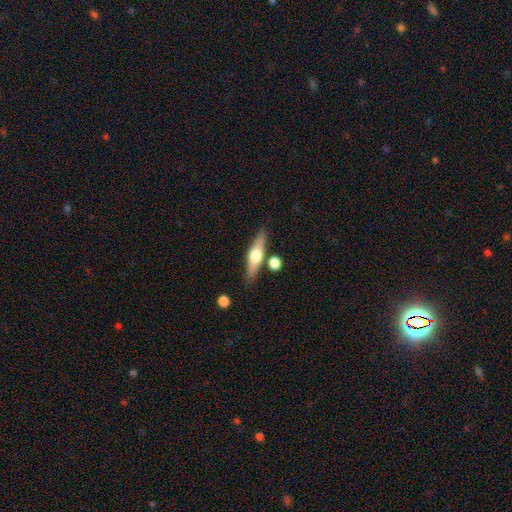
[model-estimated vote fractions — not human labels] This appears to be a featured or disk galaxy (55%) viewed edge-on (94%) with a rounded central bulge (94%). Merging: none (80%).